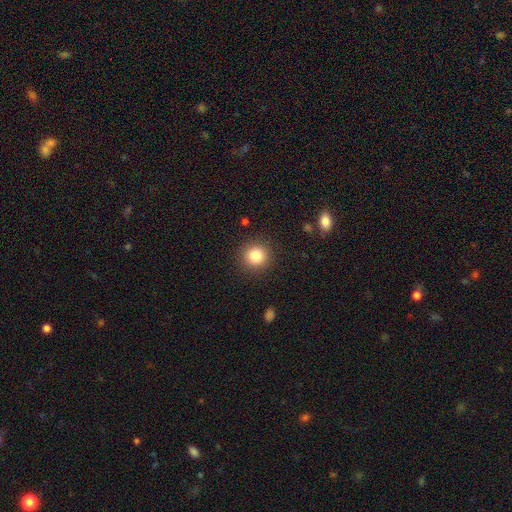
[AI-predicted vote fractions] A smooth galaxy with no disk features (83%) that is round (93%).

Vote fractions:
- Smooth or featured? smooth: 83% / star or artifact: 11% / featured or disk: 6%
- How rounded? round: 93% / in between: 6% / cigar-shaped: 1%
- Merging? none: 90% / minor disturbance: 6% / major disturbance: 2% / merger: 1%